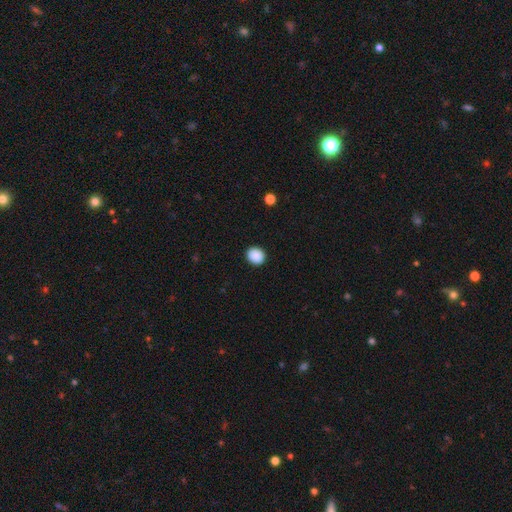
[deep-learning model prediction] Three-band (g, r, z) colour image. It shows a smooth galaxy with no disk features (89%) that is round (73%). Merging: none (92%).